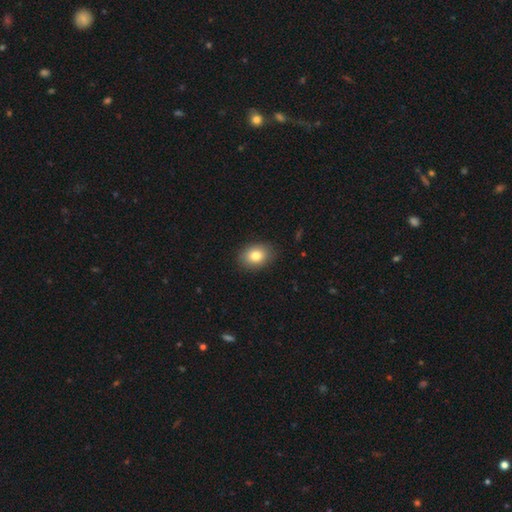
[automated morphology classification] Overall: smooth (81%). How rounded: in between (70%). Merging: none (87%).